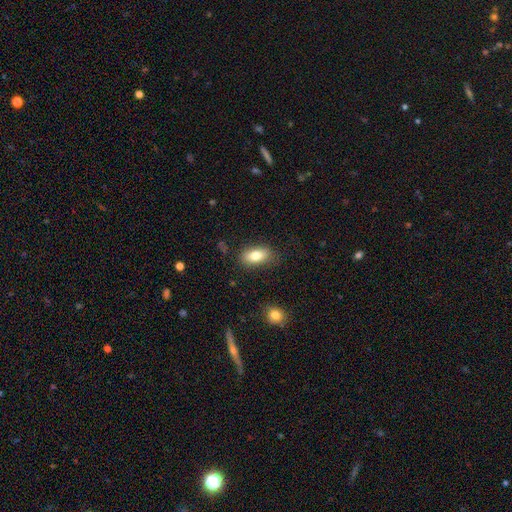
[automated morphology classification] smooth-or-featured: smooth: 80% | featured or disk: 12% | star or artifact: 8%
  how-rounded: in between: 89% | round: 6% | cigar-shaped: 4%
  merging: none: 82% | minor disturbance: 13% | major disturbance: 3% | merger: 2%